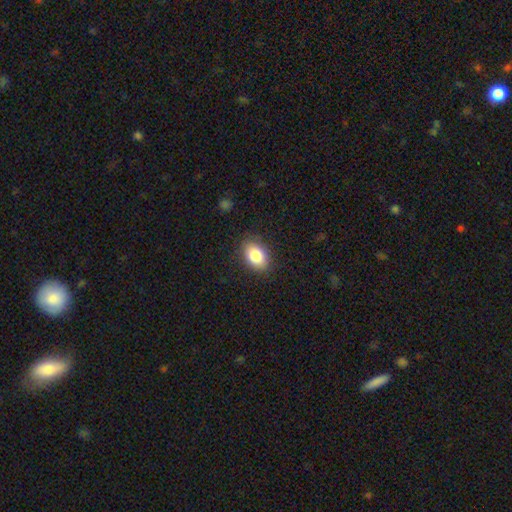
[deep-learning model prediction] Smooth or featured? Predicted: smooth (p=0.84). How rounded? Predicted: in between (p=0.84). Merging? Predicted: none (p=0.85).